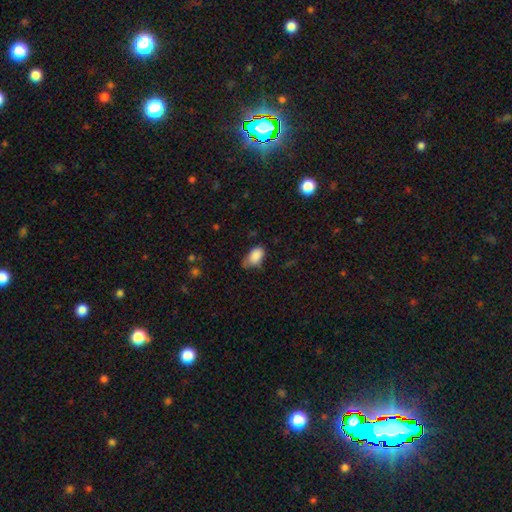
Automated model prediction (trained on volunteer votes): Smooth or featured? smooth (86%)
How rounded? in between (90%)
Merging? none (46%)